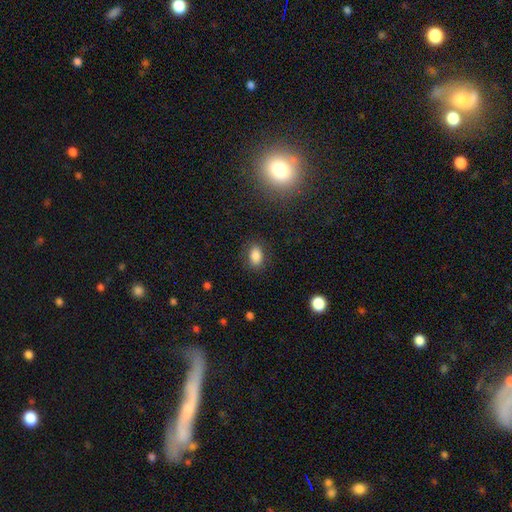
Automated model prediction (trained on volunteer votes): smooth_or_featured: smooth (p=0.84) [alt: star or artifact p=0.10]
how_rounded: in between (p=0.84) [alt: round p=0.14]
merging: none (p=0.85) [alt: minor disturbance p=0.10]